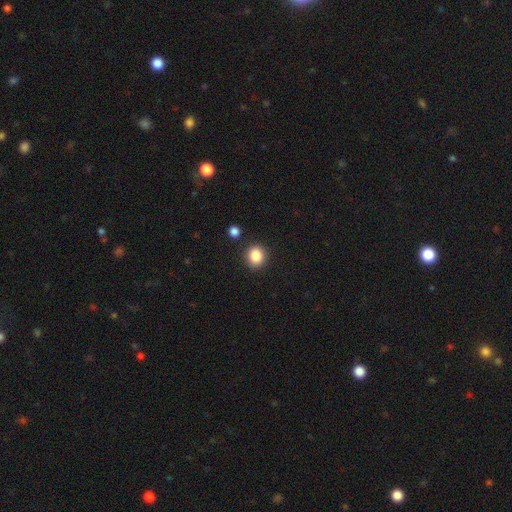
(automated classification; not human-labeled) The model was most divided on "how rounded": round: 75%, in between: 24%, cigar-shaped: 1%. More confident: merging — none (86%); smooth or featured — smooth (86%).